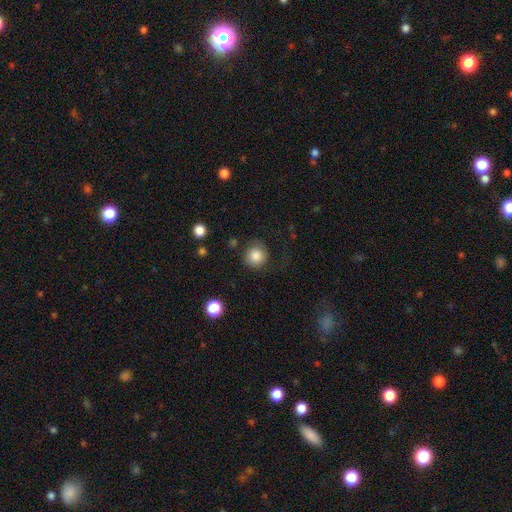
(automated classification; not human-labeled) smooth 83%, star or artifact 9%, featured or disk 9%. Down the decision tree: how rounded — round (90%); merging — none (74%).